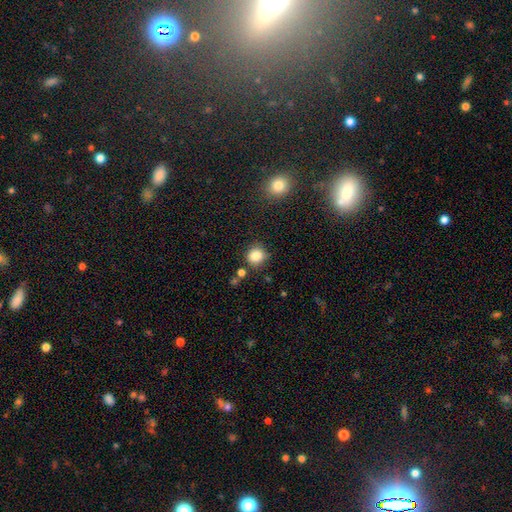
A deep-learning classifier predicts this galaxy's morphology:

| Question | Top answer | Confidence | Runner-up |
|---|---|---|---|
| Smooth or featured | smooth | 85% | star or artifact (11%) |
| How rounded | round | 88% | in between (11%) |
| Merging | none | 80% | minor disturbance (12%) |